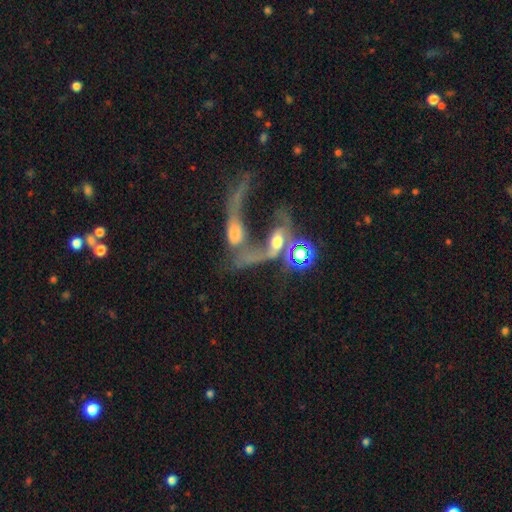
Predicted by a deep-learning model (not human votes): Smooth or featured?
  - featured or disk: 52% *
  - smooth: 26%
  - star or artifact: 22%
Edge-on disk?
  - no: 85% *
  - yes: 15%
Merging?
  - merger: 63% *
  - major disturbance: 22%
  - none: 10%
  - minor disturbance: 6%